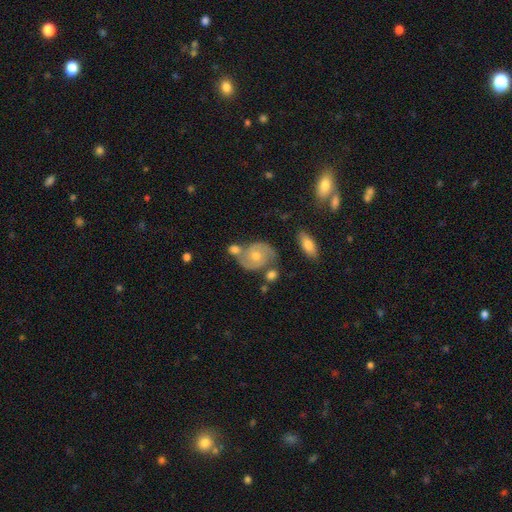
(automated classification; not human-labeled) featured or disk 73%, smooth 18%, star or artifact 9%. Down the decision tree: edge-on disk — no (97%); bar — no (76%); spiral arms — yes (89%); spiral arm count — 2 (79%); spiral winding — tight (44%); bulge size — moderate (59%); merging — none (59%).